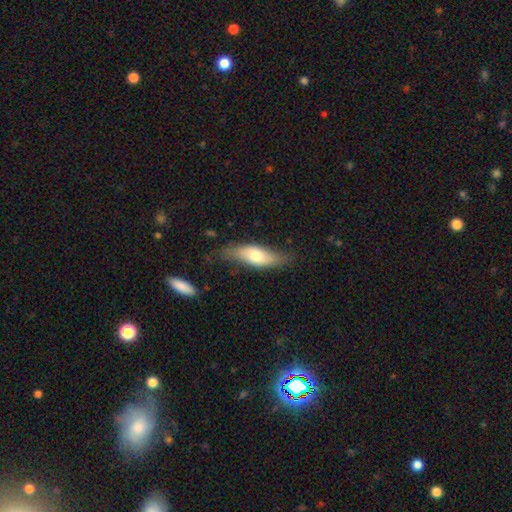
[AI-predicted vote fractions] smooth_or_featured: smooth (p=0.62) [alt: featured or disk p=0.32]
how_rounded: in between (p=0.62) [alt: cigar-shaped p=0.35]
merging: none (p=0.69) [alt: minor disturbance p=0.23]